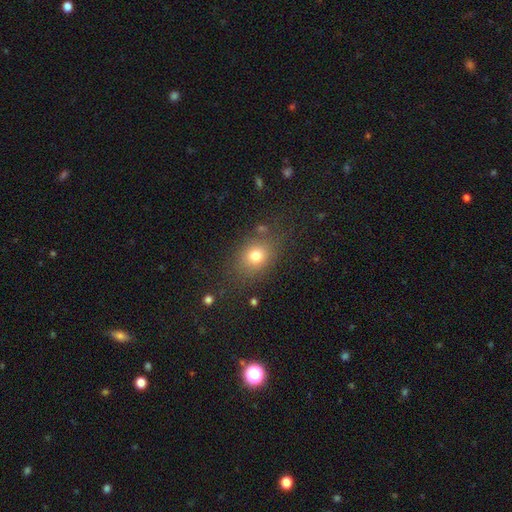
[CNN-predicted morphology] Smooth or featured?
  - smooth: 76% *
  - star or artifact: 14%
  - featured or disk: 10%
How rounded?
  - in between: 49% * (tied)
  - round: 49% * (tied)
  - cigar-shaped: 2%
Merging?
  - none: 76% *
  - minor disturbance: 14%
  - major disturbance: 7%
  - merger: 3%